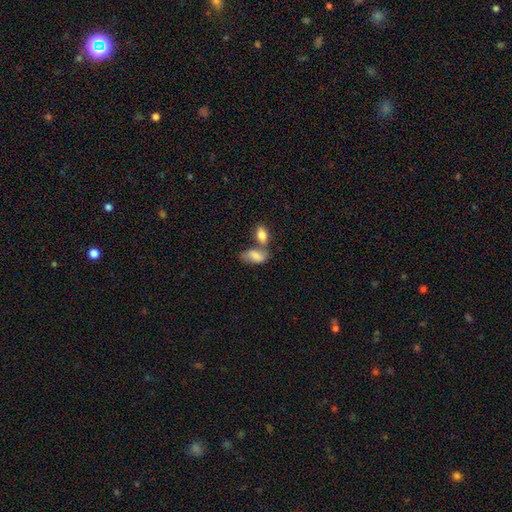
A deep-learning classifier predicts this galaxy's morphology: Overall: smooth (82%). How rounded: in between (92%). Merging: merger (43%; none 36%).